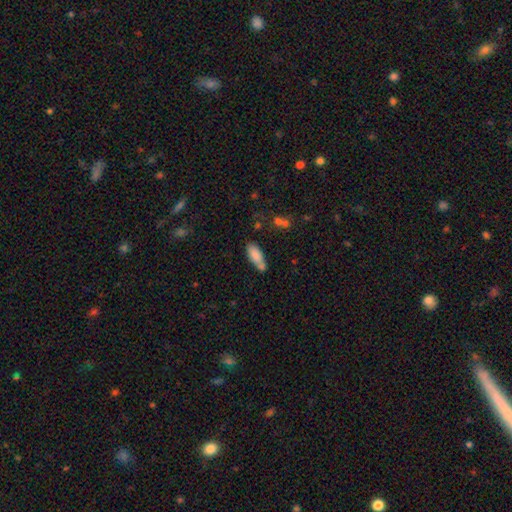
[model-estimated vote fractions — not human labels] Morphology: type=smooth (82%); roundness=in between (75%); merging=none (49%).